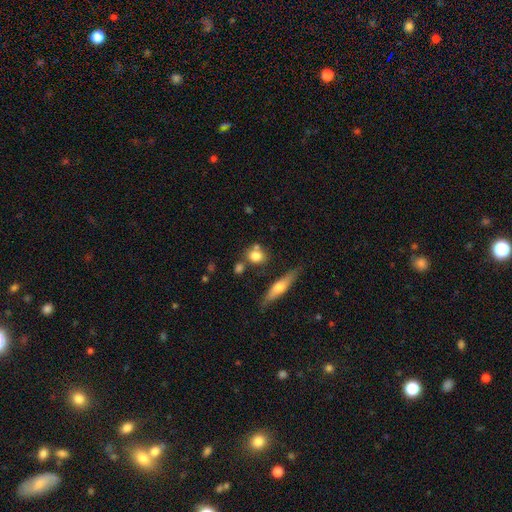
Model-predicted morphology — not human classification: Smooth or featured? smooth (76%)
How rounded? round (67%)
Merging? none (62%)